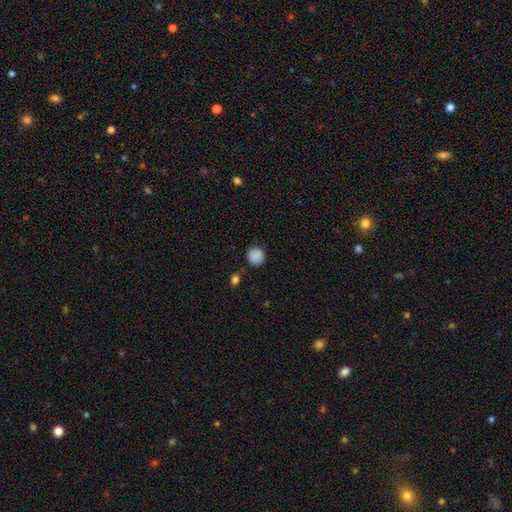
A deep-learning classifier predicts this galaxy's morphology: Smooth or featured: smooth — 87% (star or artifact — 9%)
How rounded: round — 92% (in between — 7%)
Merging: none — 81% (minor disturbance — 13%)